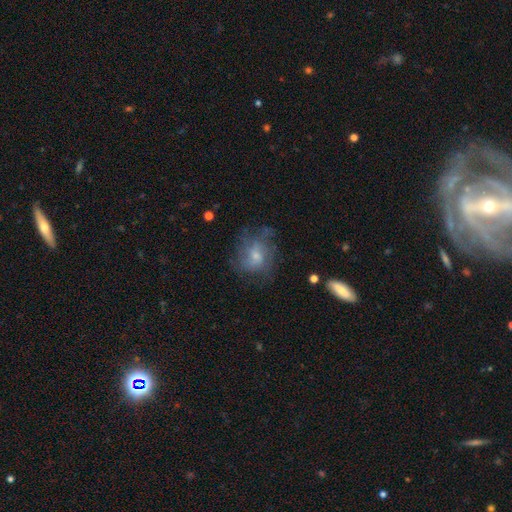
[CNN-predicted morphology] Smooth or featured: featured or disk — 47% (smooth — 42%)
Merging: none — 56% (minor disturbance — 23%)